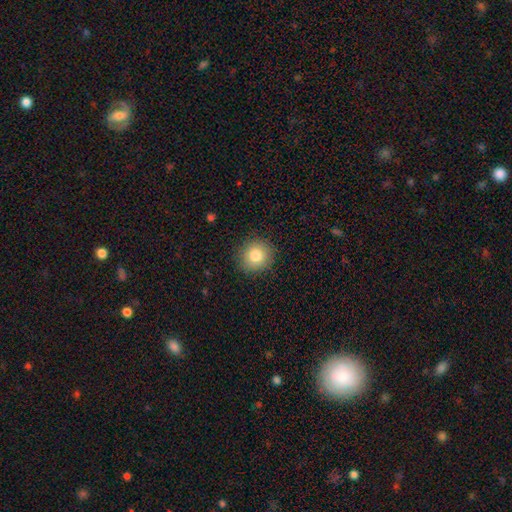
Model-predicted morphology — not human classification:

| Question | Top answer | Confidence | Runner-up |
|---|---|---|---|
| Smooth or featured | smooth | 82% | star or artifact (10%) |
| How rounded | round | 90% | in between (9%) |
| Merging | none | 90% | minor disturbance (7%) |